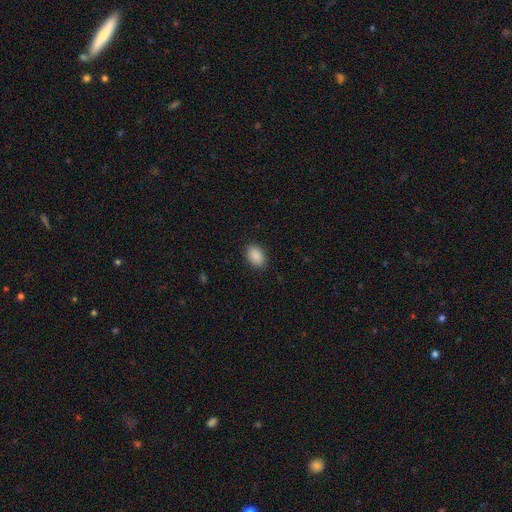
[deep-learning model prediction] Q: Smooth or featured?
A: smooth (90%); runner-up: star or artifact (8%)
Q: How rounded?
A: in between (88%); runner-up: round (11%)
Q: Merging?
A: none (88%); runner-up: minor disturbance (8%)